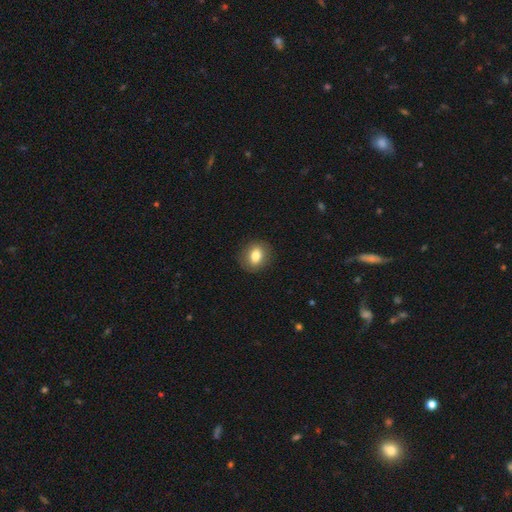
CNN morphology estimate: Overall: smooth (79%). How rounded: round (58%; in between 41%). Merging: none (88%).